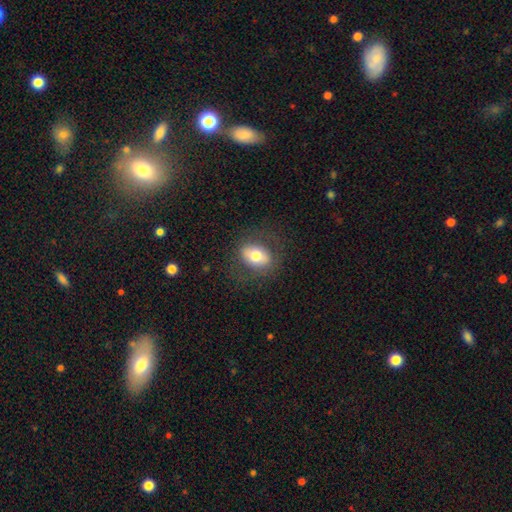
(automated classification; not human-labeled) This is likely a smooth galaxy (66%). How rounded: likely in between (68%). Merging: likely none (78%).